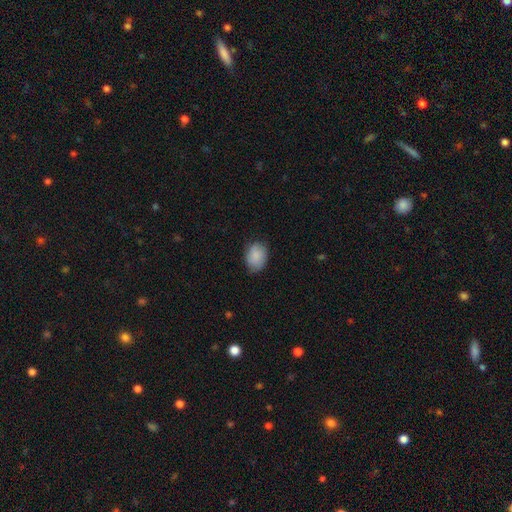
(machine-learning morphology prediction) smooth-or-featured: smooth: 86% | featured or disk: 7% | star or artifact: 6%
  how-rounded: in between: 67% | round: 32% | cigar-shaped: 1%
  merging: none: 74% | minor disturbance: 21% | major disturbance: 4% | merger: 1%